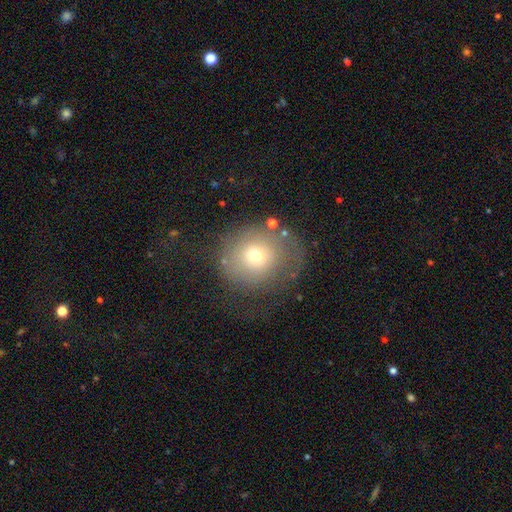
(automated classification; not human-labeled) A smooth galaxy with no disk features (59%) that is round (82%). Merging: none (51%).